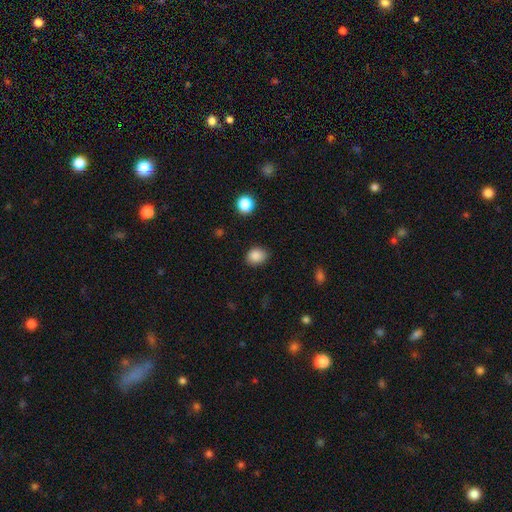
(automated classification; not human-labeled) smooth_or_featured: smooth (p=0.87) [alt: star or artifact p=0.10]
how_rounded: in between (p=0.52) [alt: round p=0.47]
merging: none (p=0.81) [alt: minor disturbance p=0.14]